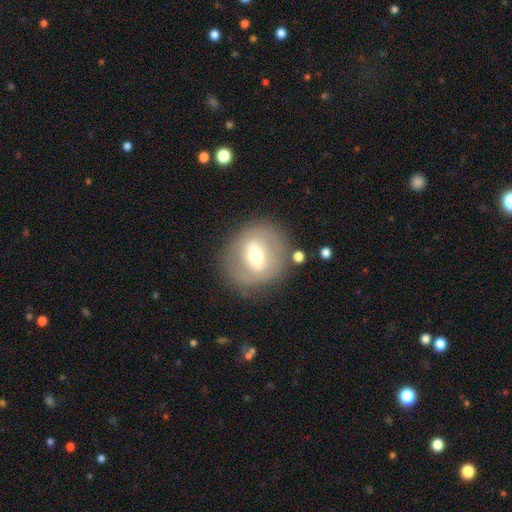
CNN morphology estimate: This is possibly a featured or disk galaxy (53%). It is clearly not viewed edge-on (91%). Merging: likely none (79%).